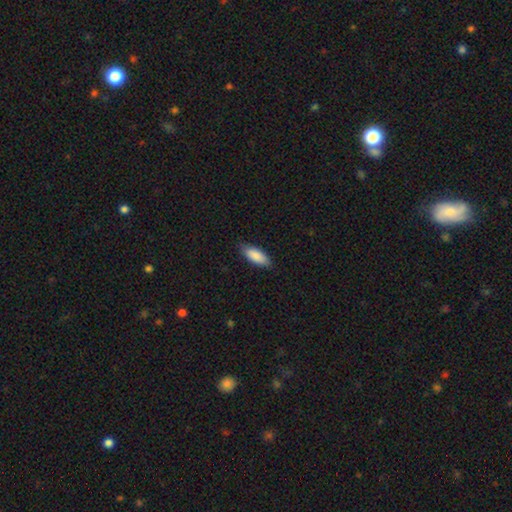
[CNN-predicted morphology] smooth_or_featured: smooth (p=0.87) [alt: featured or disk p=0.07]
how_rounded: in between (p=0.77) [alt: cigar-shaped p=0.21]
merging: none (p=0.83) [alt: minor disturbance p=0.14]